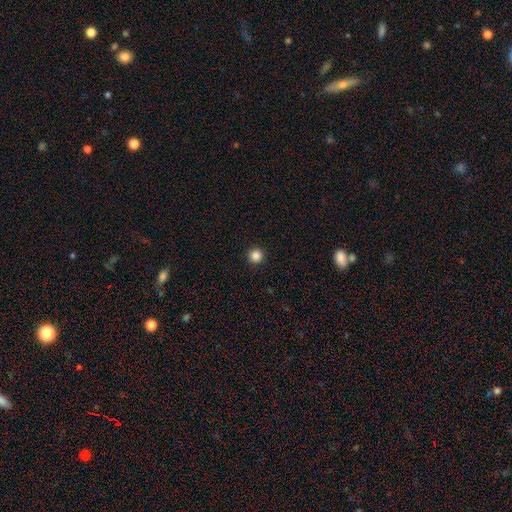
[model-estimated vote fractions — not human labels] smooth_or_featured: smooth (p=0.86) [alt: star or artifact p=0.11]
how_rounded: round (p=0.96) [alt: in between p=0.03]
merging: none (p=0.94) [alt: minor disturbance p=0.04]